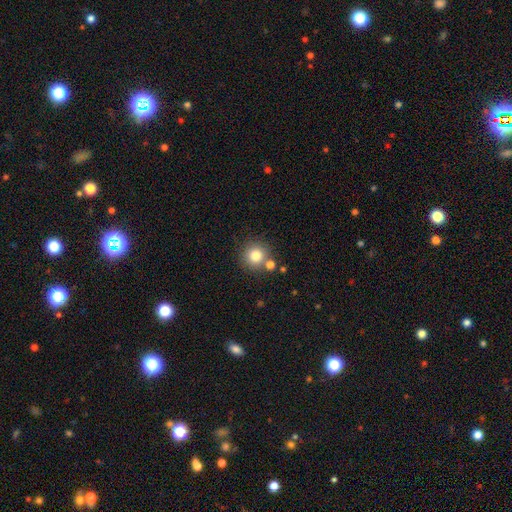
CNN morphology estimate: smooth-or-featured: smooth: 80% | star or artifact: 12% | featured or disk: 8%
  how-rounded: round: 93% | in between: 6% | cigar-shaped: 1%
  merging: none: 76% | merger: 14% | minor disturbance: 8% | major disturbance: 3%